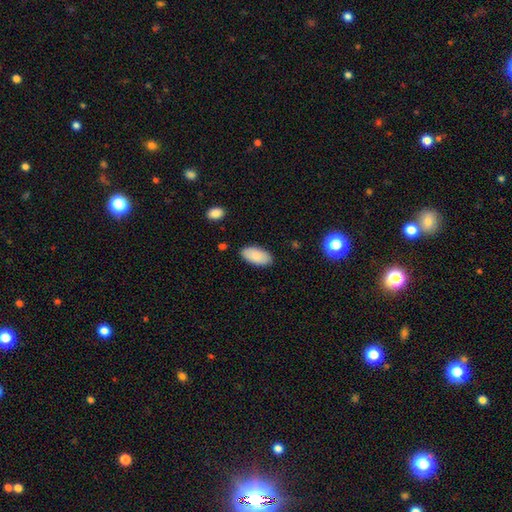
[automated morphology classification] Smooth or featured: smooth — 88% (star or artifact — 6%)
How rounded: in between — 94% (cigar-shaped — 4%)
Merging: none — 86% (minor disturbance — 10%)